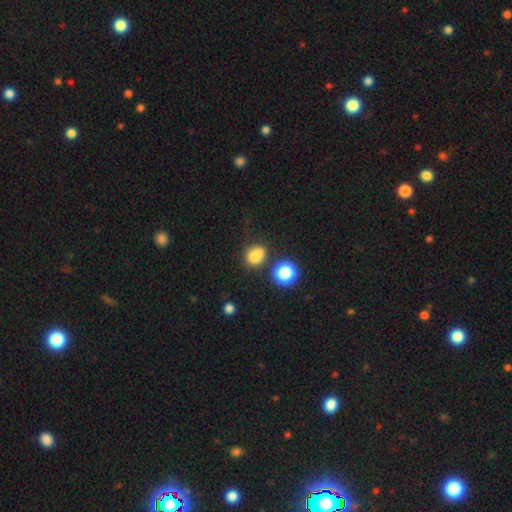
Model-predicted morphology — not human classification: Smooth or featured? Predicted: smooth (p=0.81). How rounded? Predicted: in between (p=0.56). Merging? Predicted: none (p=0.67).